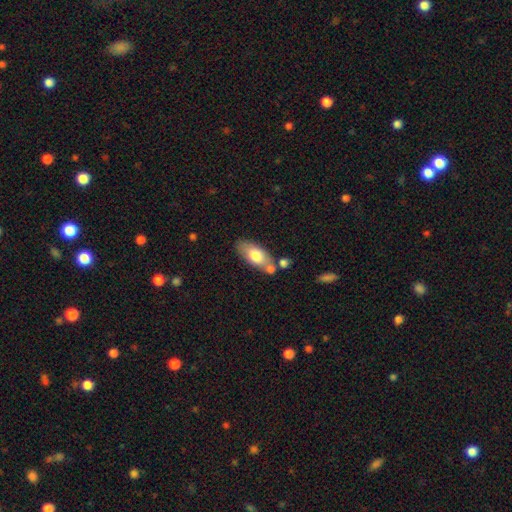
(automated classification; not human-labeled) Smooth or featured: smooth — 71% (featured or disk — 22%)
How rounded: in between — 83% (cigar-shaped — 14%)
Merging: none — 61% (merger — 18%)